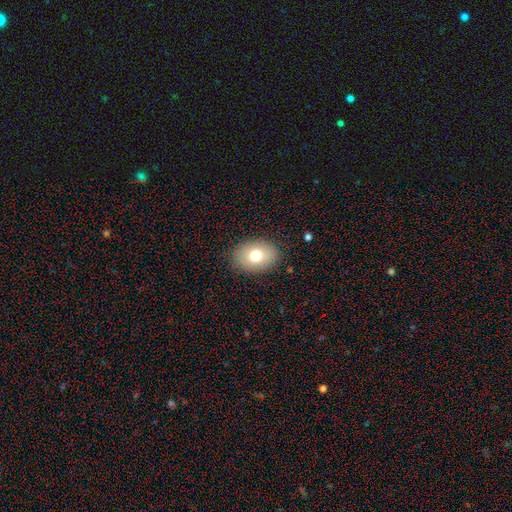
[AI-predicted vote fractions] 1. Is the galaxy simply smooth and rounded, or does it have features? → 75% smooth, 16% featured or disk, 9% star or artifact.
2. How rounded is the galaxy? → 74% in between, 25% round, 1% cigar-shaped.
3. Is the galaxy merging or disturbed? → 87% none, 9% minor disturbance, 3% major disturbance, 1% merger.